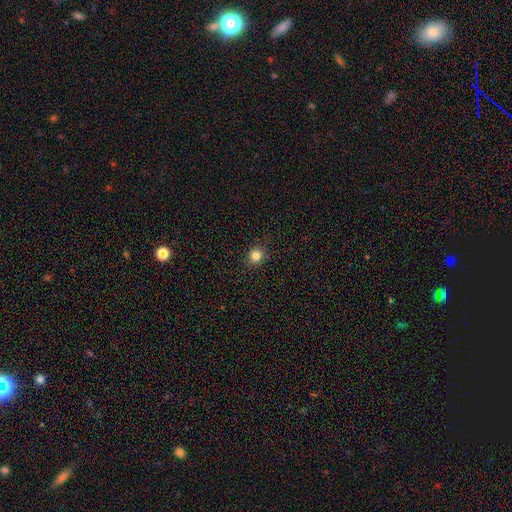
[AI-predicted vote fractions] Morphology: type=smooth (82%); roundness=round (87%); merging=none (90%).